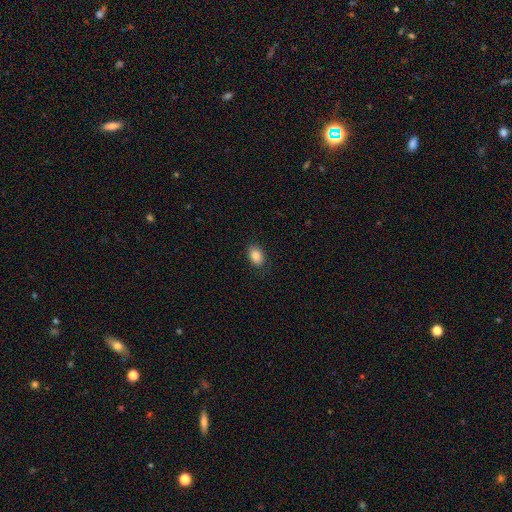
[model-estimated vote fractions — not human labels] Overall: smooth (87%). How rounded: in between (85%). Merging: none (86%).